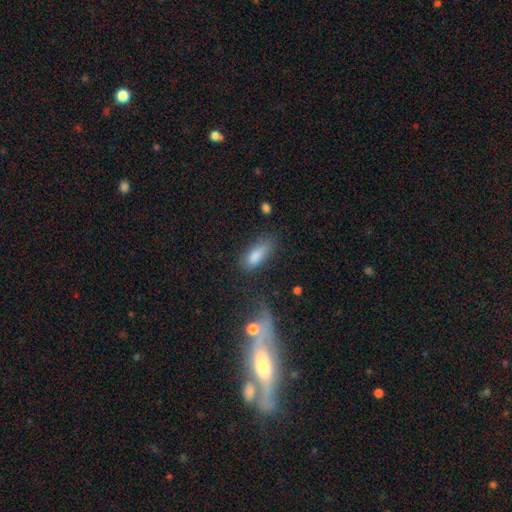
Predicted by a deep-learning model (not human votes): This is clearly a smooth galaxy (81%). How rounded: likely in between (76%). Merging: possibly none (58%).